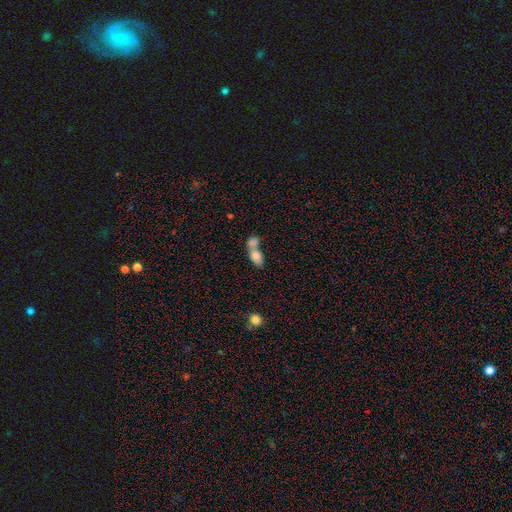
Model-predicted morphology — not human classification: Smooth or featured: smooth — 78% (featured or disk — 14%)
How rounded: in between — 85% (round — 10%)
Merging: merger — 70% (none — 19%)